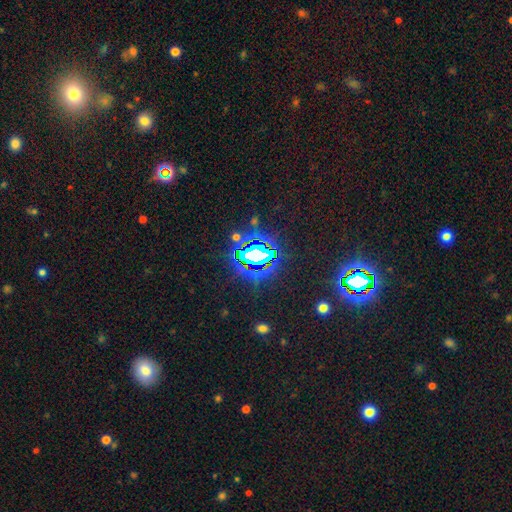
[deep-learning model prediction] star or artifact 74%, smooth 15%, featured or disk 11%.